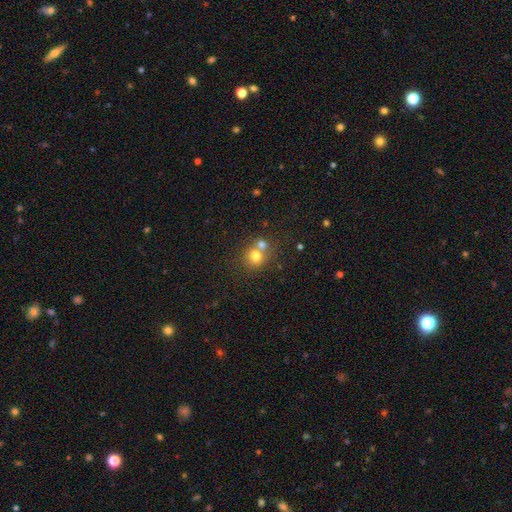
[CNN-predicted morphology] A smooth galaxy with no disk features (75%) that is round (83%).

Vote fractions:
- Smooth or featured? smooth: 75% / star or artifact: 13% / featured or disk: 12%
- How rounded? round: 83% / in between: 16% / cigar-shaped: 1%
- Merging? merger: 47% / none: 44% / minor disturbance: 7% / major disturbance: 3%